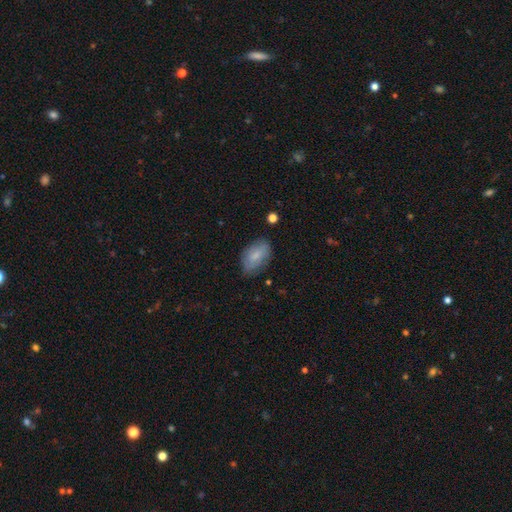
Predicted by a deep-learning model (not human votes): The model was most divided on "merging": none: 74%, minor disturbance: 20%, major disturbance: 4%, merger: 2%. More confident: how rounded — in between (93%); smooth or featured — smooth (75%).